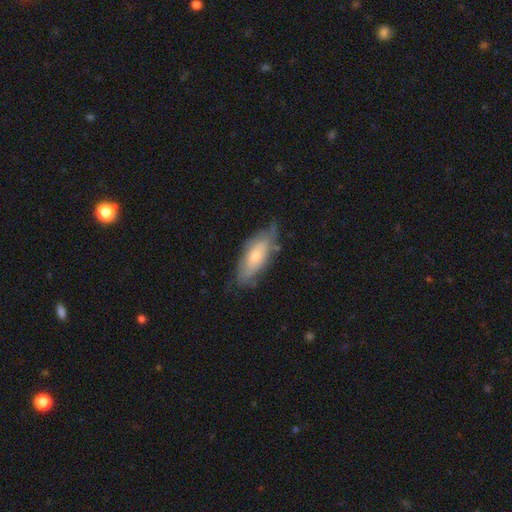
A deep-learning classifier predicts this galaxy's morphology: This is possibly a smooth galaxy (54%). How rounded: likely in between (75%). Merging: possibly none (59%).